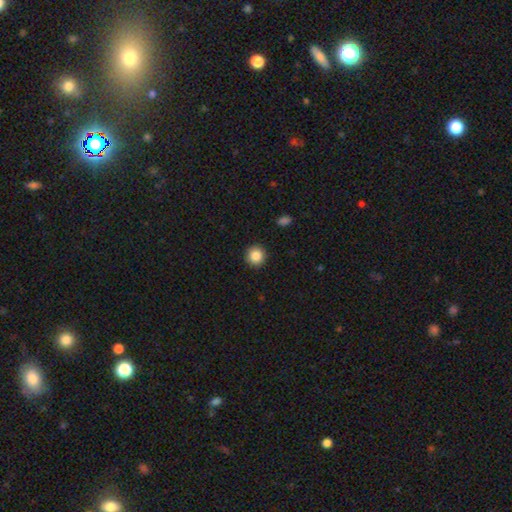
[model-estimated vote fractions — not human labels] A smooth galaxy with no disk features (87%) that is round (94%).

Vote fractions:
- Smooth or featured? smooth: 87% / star or artifact: 9% / featured or disk: 4%
- How rounded? round: 94% / in between: 5% / cigar-shaped: 1%
- Merging? none: 92% / minor disturbance: 5% / major disturbance: 2% / merger: 1%